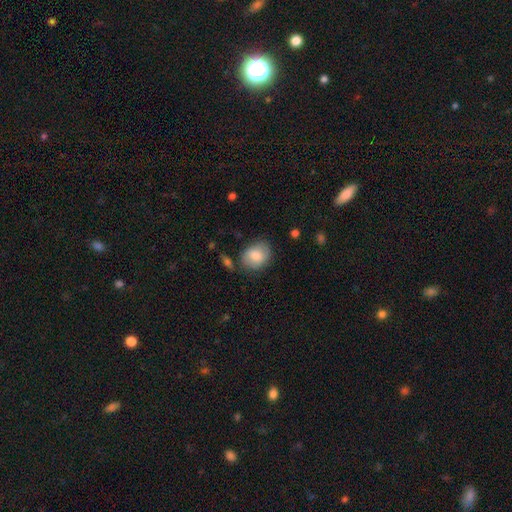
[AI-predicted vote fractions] Overall: smooth (79%). How rounded: in between (61%; round 38%). Merging: none (72%).